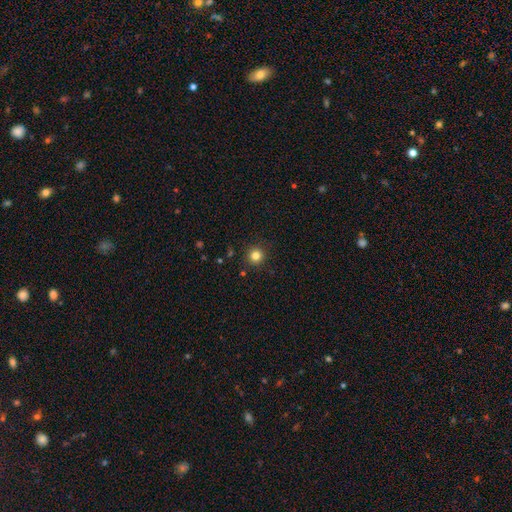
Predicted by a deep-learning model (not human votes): smooth_or_featured: smooth (p=0.82) [alt: star or artifact p=0.13]
how_rounded: round (p=0.95) [alt: in between p=0.04]
merging: none (p=0.91) [alt: minor disturbance p=0.05]